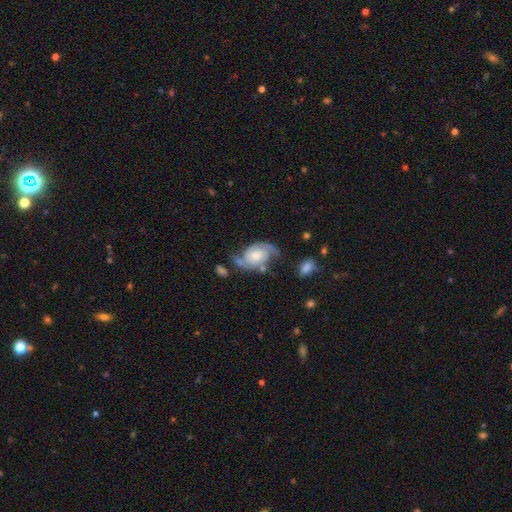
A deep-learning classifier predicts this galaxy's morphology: Smooth or featured? Predicted: featured or disk (p=0.82). Edge-on disk? Predicted: no (p=0.98). Bar? Predicted: no (p=0.68). Spiral arms? Predicted: yes (p=0.95). Spiral winding? Predicted: medium (p=0.47). Spiral arm count? Predicted: 2 (p=0.89). Bulge size? Predicted: moderate (p=0.39). Merging? Predicted: none (p=0.53).